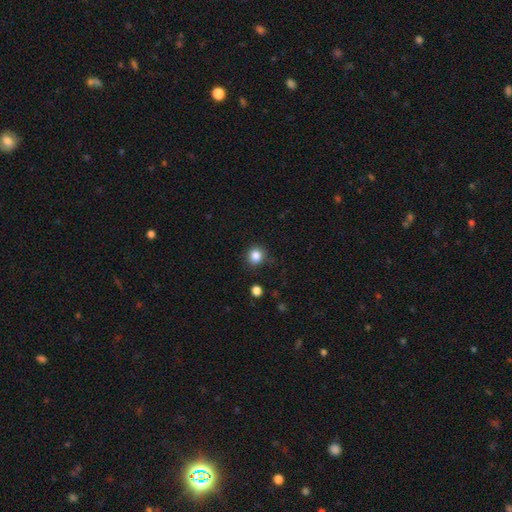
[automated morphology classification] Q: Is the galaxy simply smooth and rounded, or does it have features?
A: smooth — 85%.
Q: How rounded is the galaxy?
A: round — 85%.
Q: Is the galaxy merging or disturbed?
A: none — 85%.